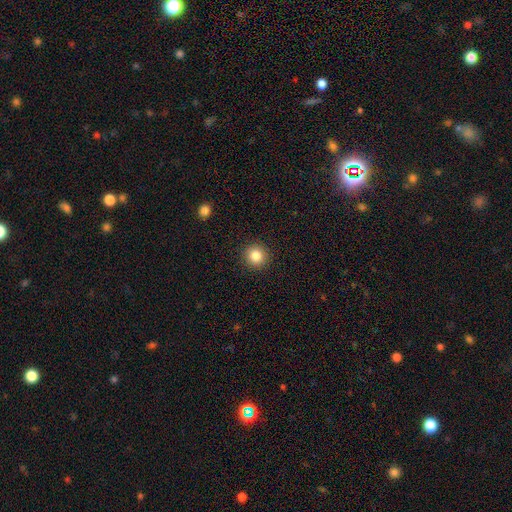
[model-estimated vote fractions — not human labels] smooth-or-featured: smooth: 84% | star or artifact: 10% | featured or disk: 6%
  how-rounded: round: 94% | in between: 5% | cigar-shaped: 1%
  merging: none: 92% | minor disturbance: 5% | major disturbance: 2% | merger: 1%